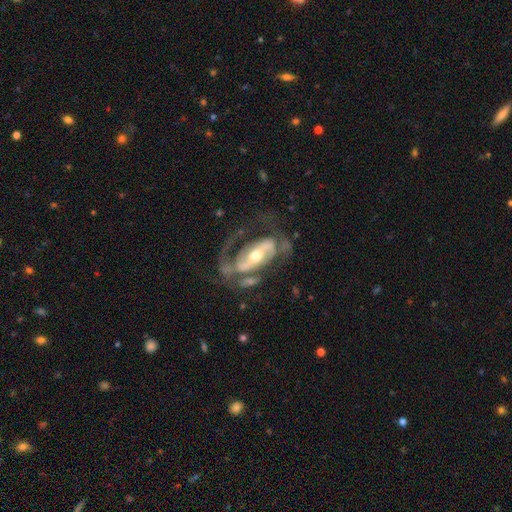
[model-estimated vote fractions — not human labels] Smooth or featured: featured or disk — 84% (smooth — 11%)
Edge-on disk: no — 93% (yes — 7%)
Bar: strong — 48% (weak — 27%)
Spiral arms: yes — 85% (no — 15%)
Spiral winding: medium — 45% (loose — 28%)
Spiral arm count: 2 — 70% (1 — 13%)
Bulge size: moderate — 62% (small — 30%)
Merging: none — 43% (major disturbance — 32%)